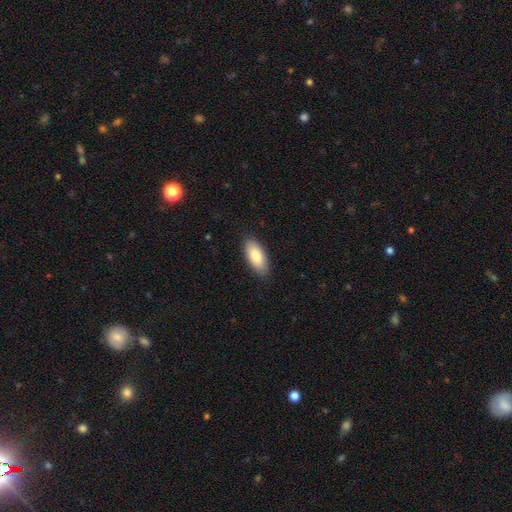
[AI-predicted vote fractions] Overall: smooth (84%). How rounded: in between (88%). Merging: none (87%).